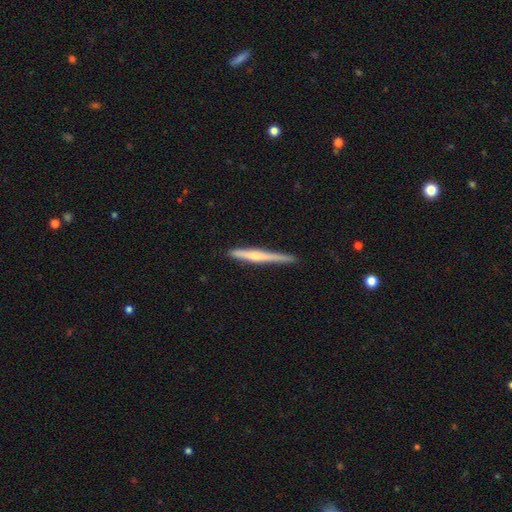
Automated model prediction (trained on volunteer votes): smooth-or-featured: featured or disk: 51% | smooth: 44% | star or artifact: 6%
  disk-edge-on: yes: 97% | no: 3%
  merging: none: 82% | minor disturbance: 14% | major disturbance: 2% | merger: 2%